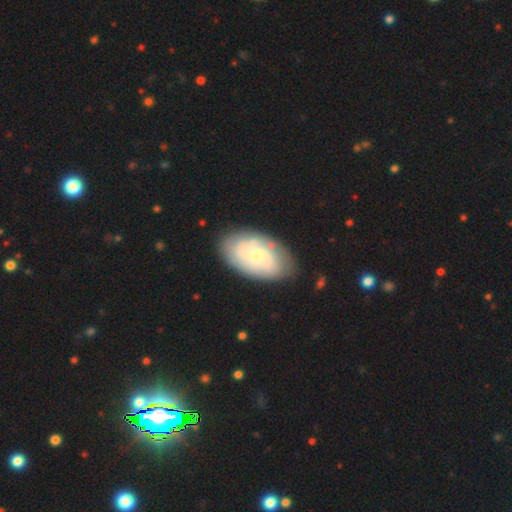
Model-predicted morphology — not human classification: This appears to be a featured or disk galaxy (62%) with no bar (63%), spiral arms (84%) and a small central bulge (58%). Merging: none (77%).